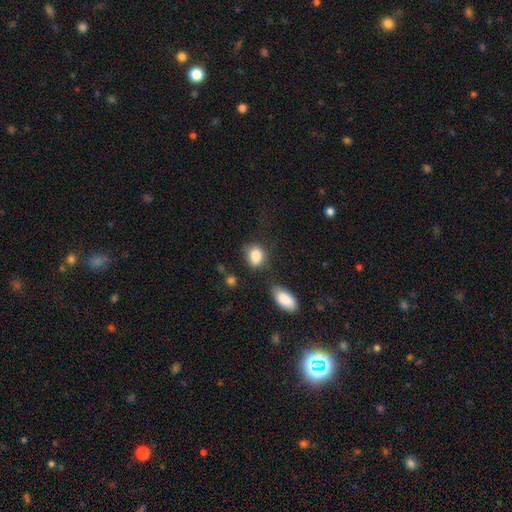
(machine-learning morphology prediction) smooth_or_featured: smooth (p=0.87) [alt: star or artifact p=0.08]
how_rounded: in between (p=0.57) [alt: round p=0.41]
merging: none (p=0.59) [alt: minor disturbance p=0.22]